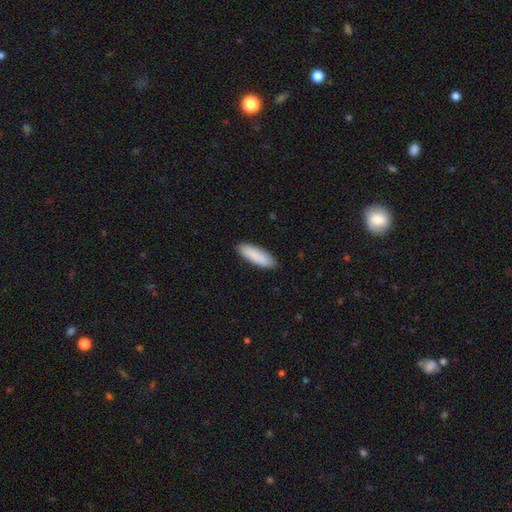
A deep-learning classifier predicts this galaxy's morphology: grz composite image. It shows a smooth galaxy with no disk features (88%) that is in between round and cigar-shaped (56%). Merging: none (88%).